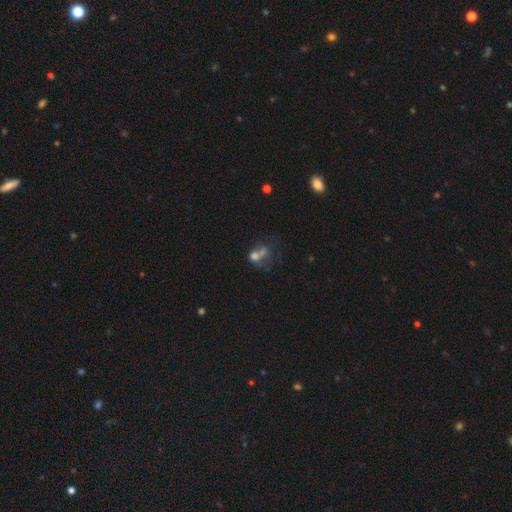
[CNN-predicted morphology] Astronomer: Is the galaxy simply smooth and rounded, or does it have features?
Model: smooth — 56%.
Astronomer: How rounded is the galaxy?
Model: in between — 51% (runner-up: round, 47%).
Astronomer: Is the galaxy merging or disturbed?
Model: merger — 47%.